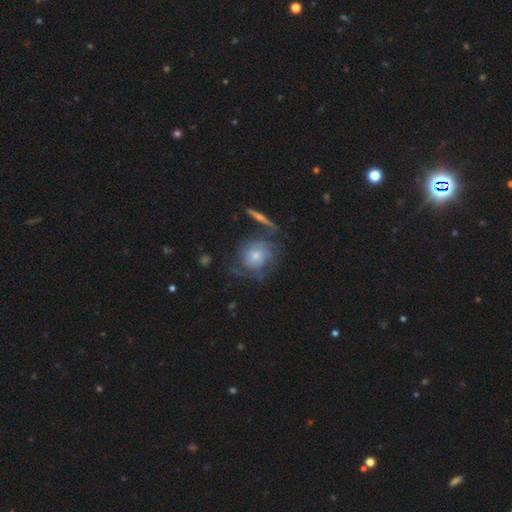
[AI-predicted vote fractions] Smooth or featured?
  - featured or disk: 67% *
  - smooth: 25%
  - star or artifact: 9%
Edge-on disk?
  - no: 93% *
  - yes: 7%
Bar?
  - no: 80% *
  - weak: 16%
  - strong: 4%
Spiral arms?
  - yes: 79% *
  - no: 21%
Bulge size?
  - small: 45% *
  - moderate: 43%
  - large: 7%
  - none: 3%
  - dominant: 2%
Merging?
  - none: 60% *
  - minor disturbance: 19%
  - major disturbance: 13%
  - merger: 8%